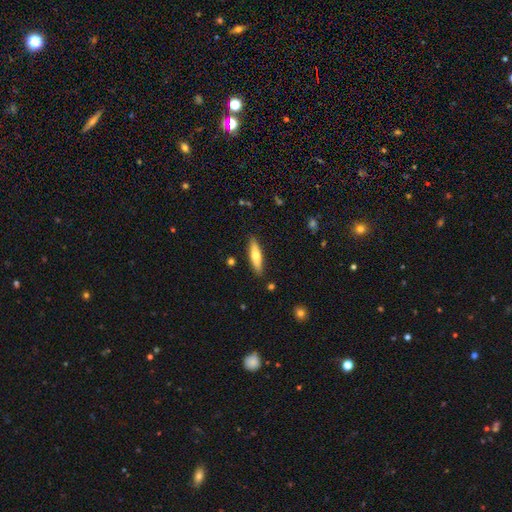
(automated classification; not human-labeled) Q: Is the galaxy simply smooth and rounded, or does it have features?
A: smooth — 63%.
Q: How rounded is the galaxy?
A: cigar-shaped — 68%.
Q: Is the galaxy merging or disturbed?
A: none — 87%.